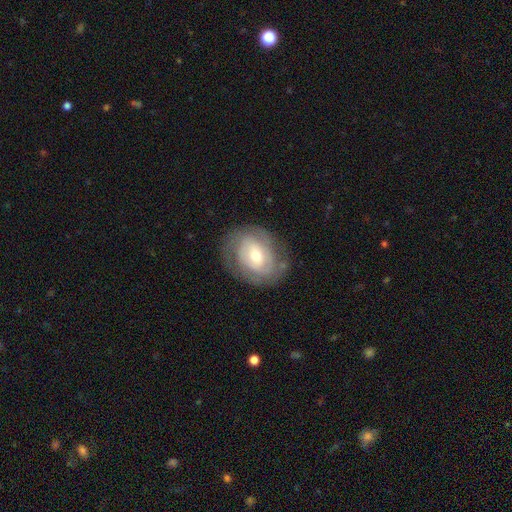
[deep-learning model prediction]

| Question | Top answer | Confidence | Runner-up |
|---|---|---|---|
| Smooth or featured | featured or disk | 62% | smooth (31%) |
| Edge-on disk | no | 96% | yes (4%) |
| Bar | no | 56% | weak (33%) |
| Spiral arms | yes | 66% | no (34%) |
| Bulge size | moderate | 61% | small (30%) |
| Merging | none | 74% | minor disturbance (17%) |